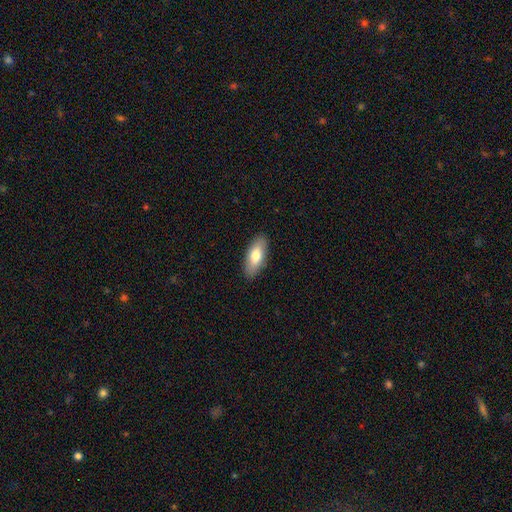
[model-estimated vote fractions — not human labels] Overall: smooth (75%). How rounded: in between (80%). Merging: none (89%).